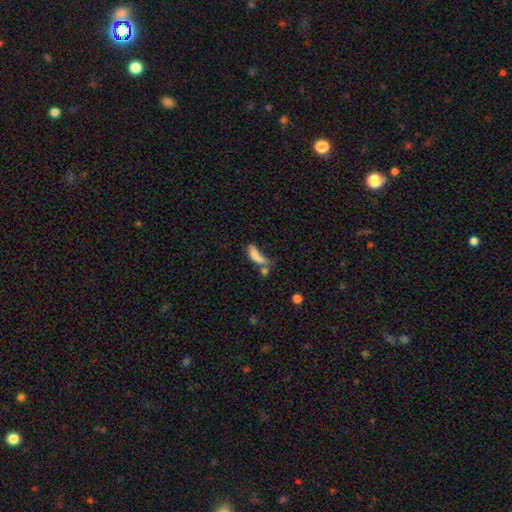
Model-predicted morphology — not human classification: type=smooth (72%); roundness=in between (70%); merging=merger (42%).